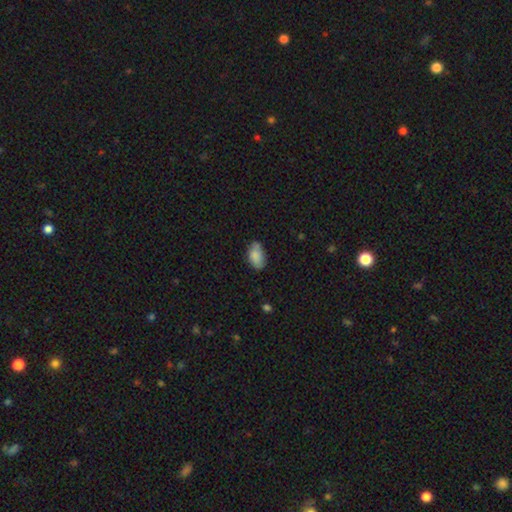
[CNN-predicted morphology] Smooth or featured? Predicted: smooth (p=0.83). How rounded? Predicted: in between (p=0.92). Merging? Predicted: none (p=0.61).